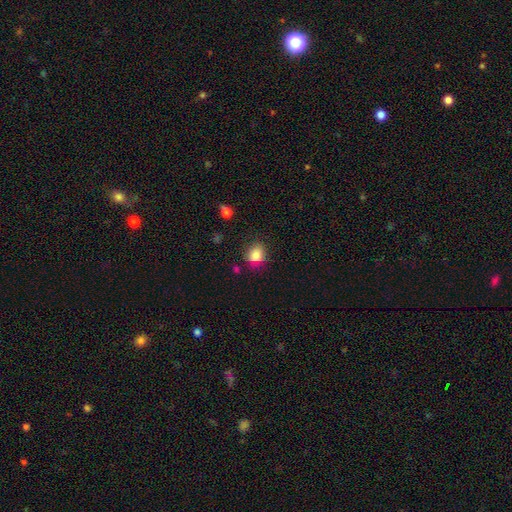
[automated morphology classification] smooth_or_featured: smooth (p=0.82) [alt: star or artifact p=0.11]
how_rounded: round (p=0.65) [alt: in between p=0.34]
merging: none (p=0.76) [alt: minor disturbance p=0.17]